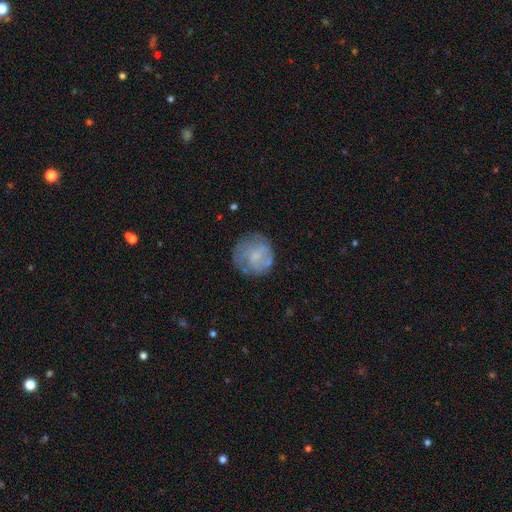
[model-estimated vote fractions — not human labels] Overall: smooth (51%; featured or disk 41%). How rounded: round (88%). Merging: none (65%).